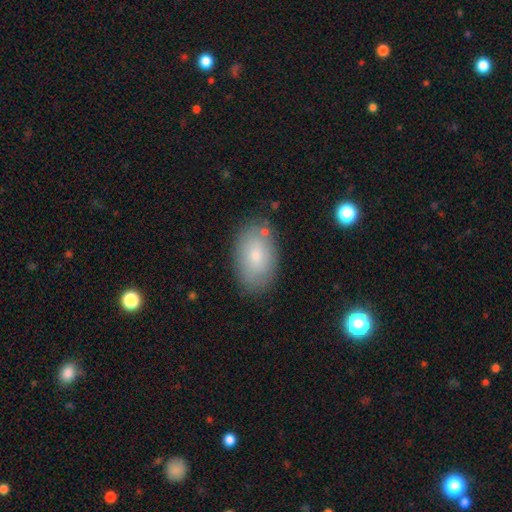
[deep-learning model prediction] This is likely a smooth galaxy (75%). How rounded: clearly in between (92%). Merging: clearly none (80%).